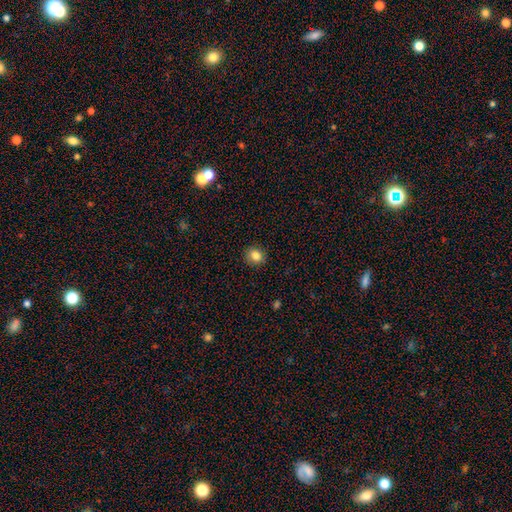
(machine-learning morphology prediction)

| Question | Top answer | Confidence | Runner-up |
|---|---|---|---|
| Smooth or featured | smooth | 83% | star or artifact (11%) |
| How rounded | round | 79% | in between (20%) |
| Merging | none | 91% | minor disturbance (7%) |